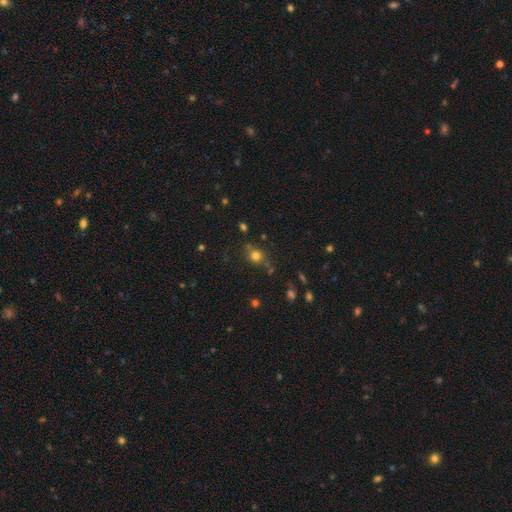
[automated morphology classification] This appears to be a smooth galaxy with no disk features (72%) that is round (83%). Merging: none (72%).